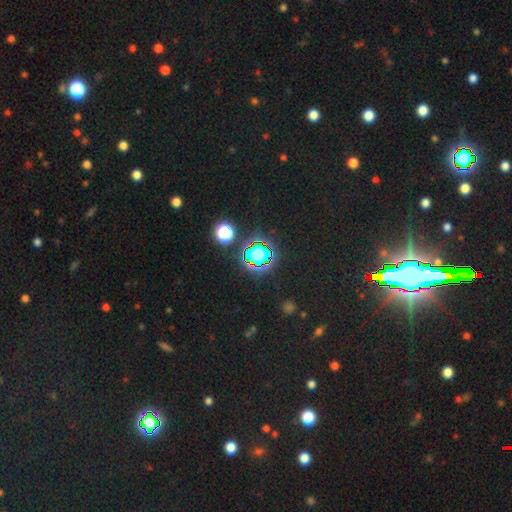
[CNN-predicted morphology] A star or artifact, not a galaxy (82%).